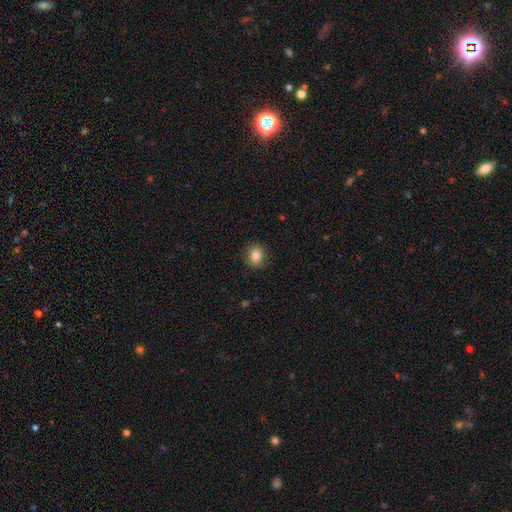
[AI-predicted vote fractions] Morphology: type=smooth (82%); roundness=round (65%); merging=none (87%).